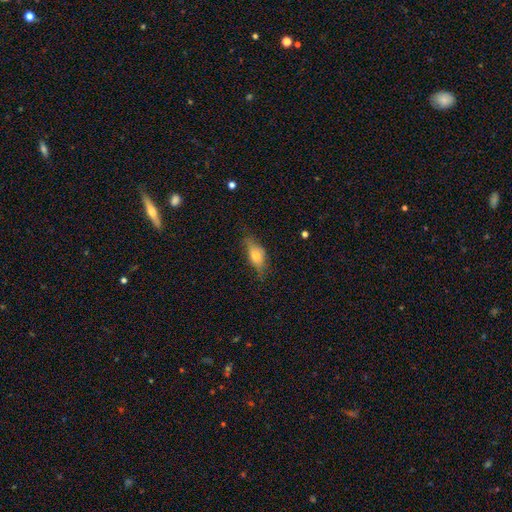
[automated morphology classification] smooth-or-featured: smooth: 63% | featured or disk: 29% | star or artifact: 8%
  how-rounded: in between: 77% | cigar-shaped: 18% | round: 5%
  merging: none: 59% | minor disturbance: 29% | major disturbance: 10% | merger: 2%